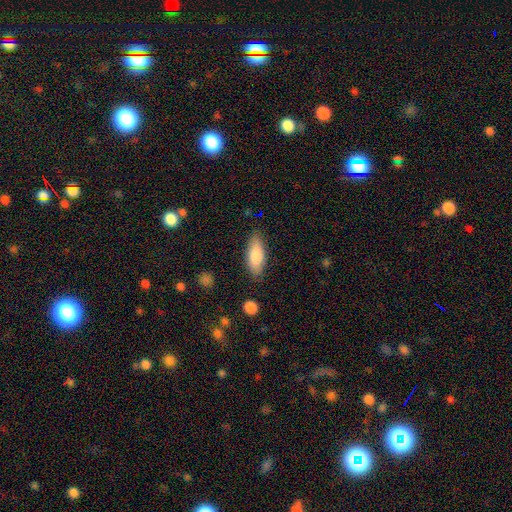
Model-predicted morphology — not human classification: Smooth or featured? Predicted: smooth (p=0.83). How rounded? Predicted: in between (p=0.74). Merging? Predicted: none (p=0.83).